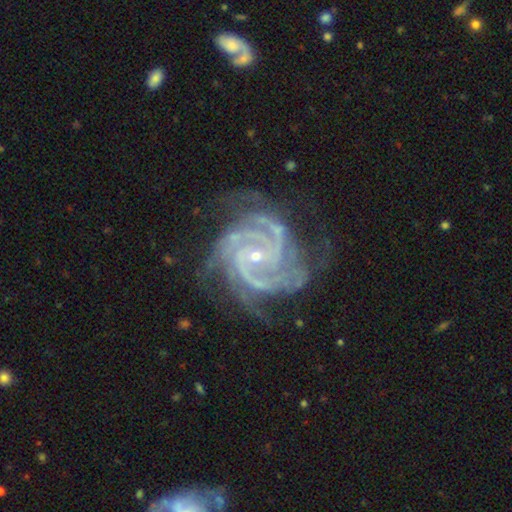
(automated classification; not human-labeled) smooth-or-featured: featured or disk: 93% | star or artifact: 5% | smooth: 2%
  disk-edge-on: no: 98% | yes: 2%
    bar: no: 59% | weak: 28% | strong: 13%
    has-spiral-arms: yes: 99% | no: 1%
      spiral-winding: tight: 64% | medium: 32% | loose: 4%
      spiral-arm-count: 3: 32% | 4: 28% | 2: 14% | can't tell: 10% | more than 4: 10% | 1: 7%
    bulge-size: small: 81% | moderate: 16% | none: 1% | large: 1% | dominant: 1%
  merging: none: 67% | minor disturbance: 20% | major disturbance: 11% | merger: 2%